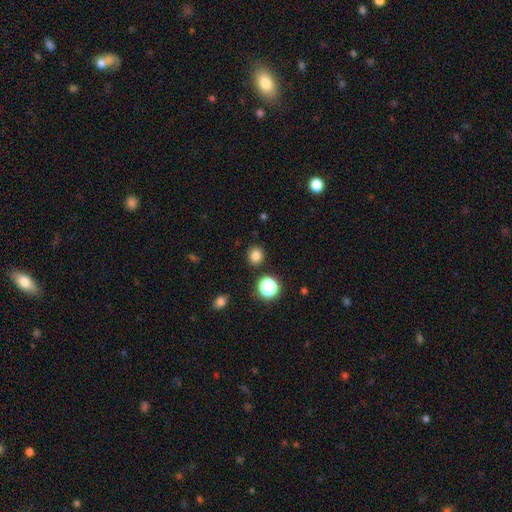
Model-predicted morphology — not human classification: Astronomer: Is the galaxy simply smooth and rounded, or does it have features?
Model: smooth — 81%.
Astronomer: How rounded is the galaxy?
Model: round — 85%.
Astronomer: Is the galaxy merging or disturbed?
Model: none — 89%.